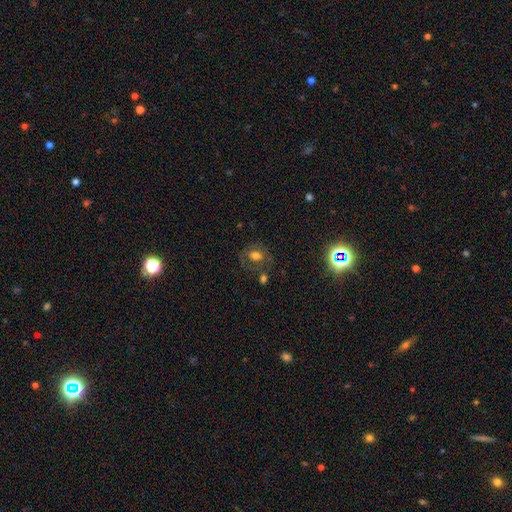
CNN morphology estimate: This is possibly a smooth galaxy (50%). Merging: possibly none (57%).